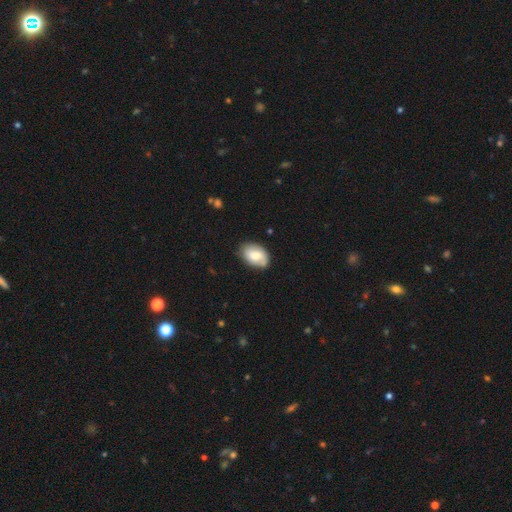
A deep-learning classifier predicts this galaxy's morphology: type=smooth (72%); roundness=in between (86%); merging=none (78%).